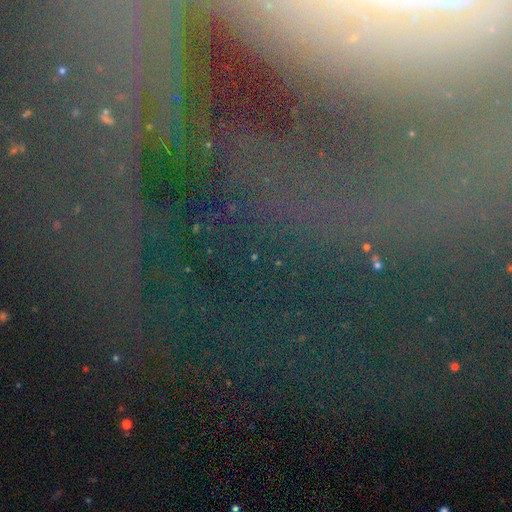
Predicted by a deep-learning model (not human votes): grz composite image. It shows a star or artifact, not a galaxy (57%).